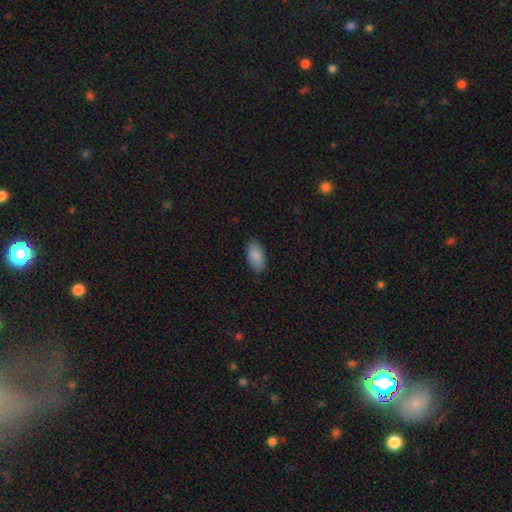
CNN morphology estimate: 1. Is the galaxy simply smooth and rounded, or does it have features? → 88% smooth, 6% star or artifact, 5% featured or disk.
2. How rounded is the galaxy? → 94% in between, 3% cigar-shaped, 3% round.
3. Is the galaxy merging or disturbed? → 85% none, 12% minor disturbance, 2% major disturbance, 1% merger.